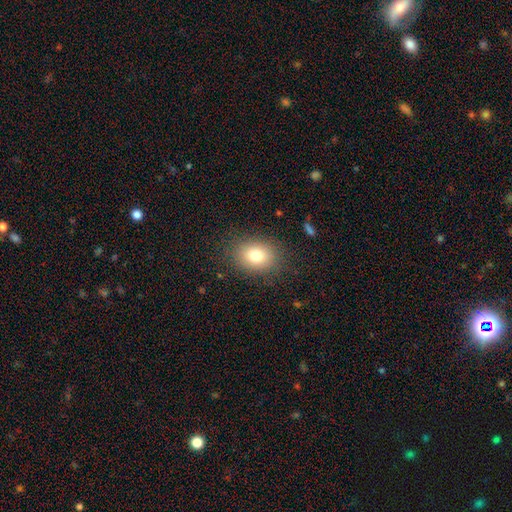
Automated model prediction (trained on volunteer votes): A smooth galaxy with no disk features (79%) that is in between round and cigar-shaped (60%). Merging: none (85%).